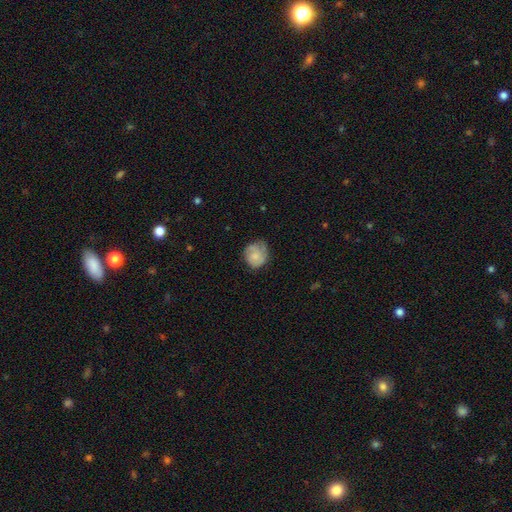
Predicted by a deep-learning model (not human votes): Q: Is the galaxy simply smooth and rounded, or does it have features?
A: smooth — 60%.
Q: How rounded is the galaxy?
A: round — 73%.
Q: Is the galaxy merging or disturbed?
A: none — 59%.